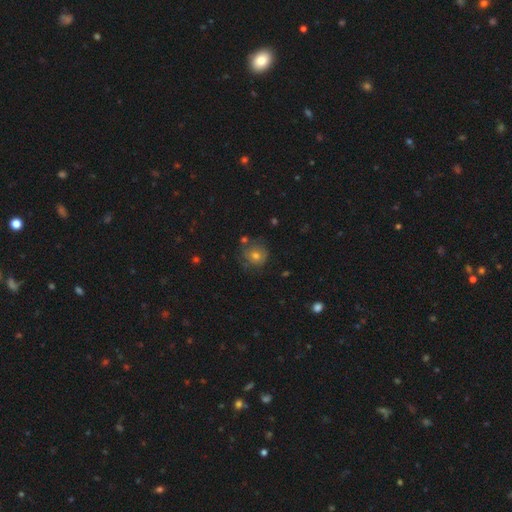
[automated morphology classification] Overall: smooth (55%; featured or disk 31%). How rounded: round (89%). Merging: none (68%).